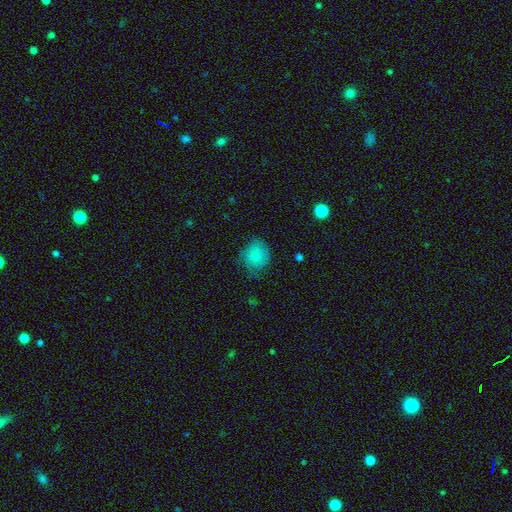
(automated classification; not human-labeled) This is likely a smooth galaxy (73%). How rounded: likely round (77%). Merging: possibly none (59%).